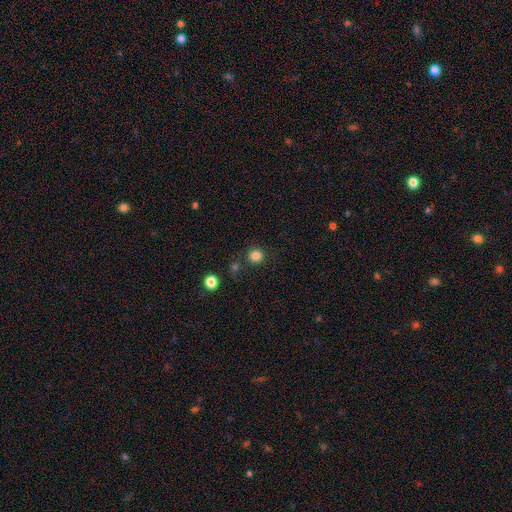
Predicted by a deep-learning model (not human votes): Morphology: type=smooth (82%); roundness=round (94%); merging=none (85%).